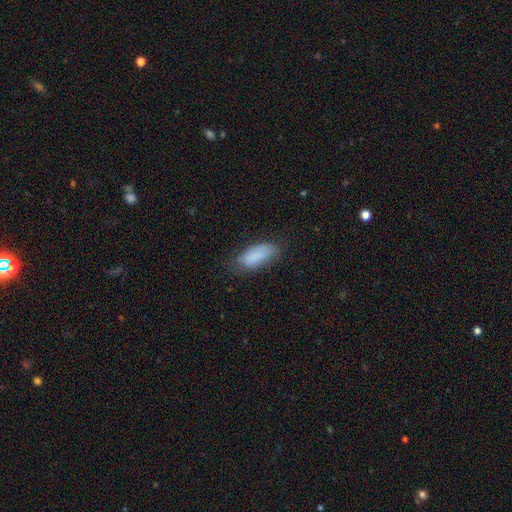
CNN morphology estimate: This appears to be a smooth galaxy with no disk features (85%) that is in between round and cigar-shaped (84%). Merging: none (69%).